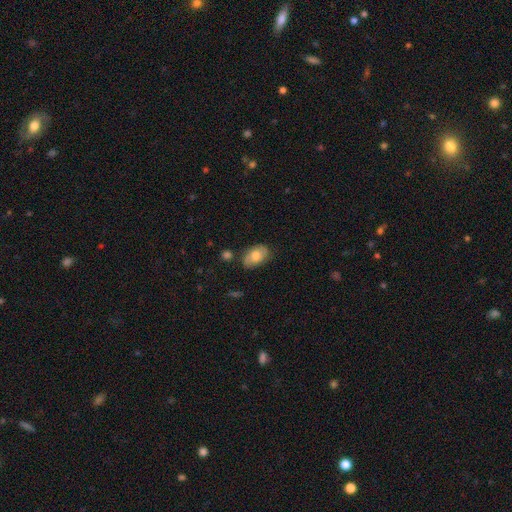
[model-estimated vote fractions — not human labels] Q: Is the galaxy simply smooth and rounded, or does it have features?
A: smooth — 70%.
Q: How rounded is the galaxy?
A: in between — 90%.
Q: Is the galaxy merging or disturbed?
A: none — 72%.